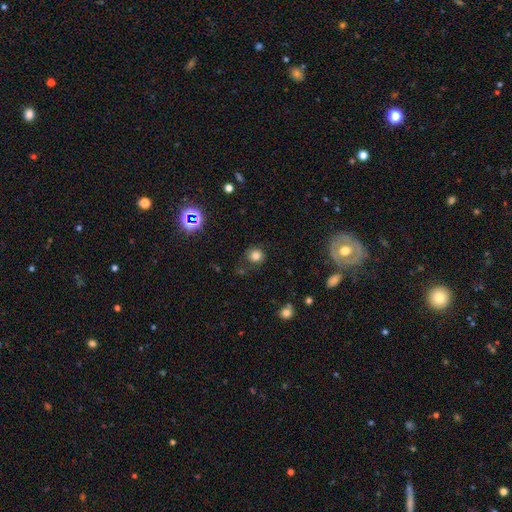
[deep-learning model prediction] Smooth or featured?
  - smooth: 79% *
  - star or artifact: 15%
  - featured or disk: 6%
How rounded?
  - round: 88% *
  - in between: 11%
  - cigar-shaped: 1%
Merging?
  - none: 79% *
  - minor disturbance: 13%
  - major disturbance: 5%
  - merger: 3%